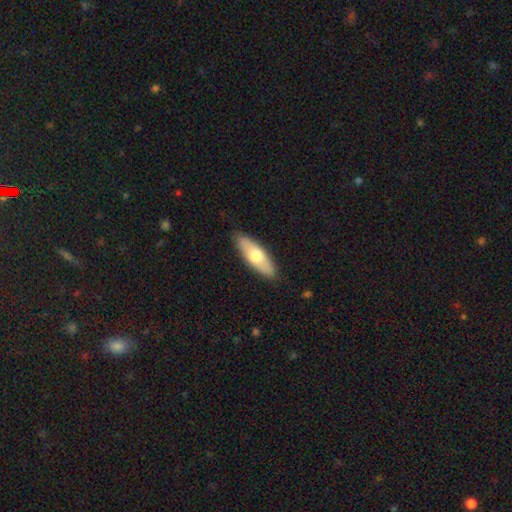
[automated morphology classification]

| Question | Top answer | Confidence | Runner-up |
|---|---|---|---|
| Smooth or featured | smooth | 61% | featured or disk (34%) |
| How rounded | in between | 60% | cigar-shaped (38%) |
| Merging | none | 88% | minor disturbance (9%) |